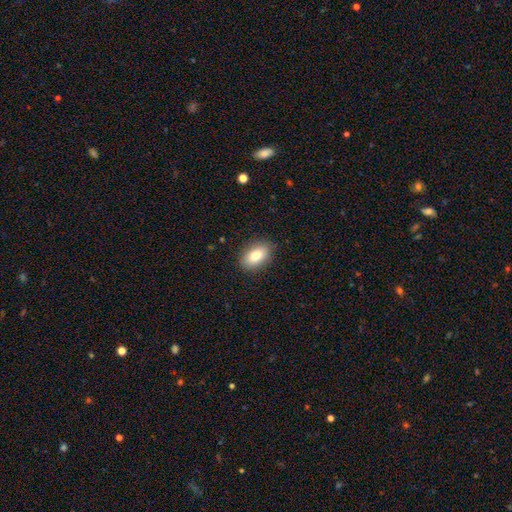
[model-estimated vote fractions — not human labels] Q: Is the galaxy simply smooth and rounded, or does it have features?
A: smooth — 81%.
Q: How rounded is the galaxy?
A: in between — 89%.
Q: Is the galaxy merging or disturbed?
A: none — 87%.